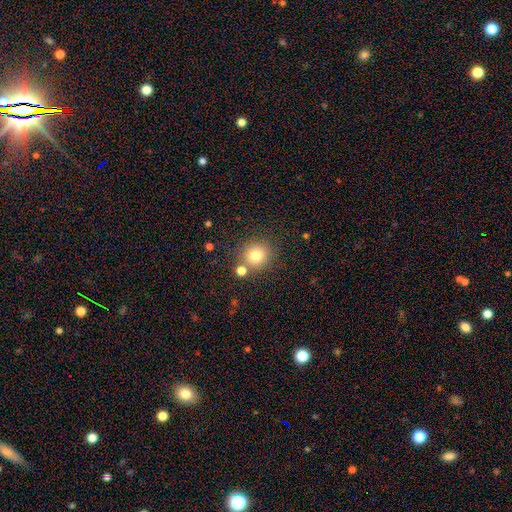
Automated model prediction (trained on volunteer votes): Smooth or featured?
  - smooth: 78% *
  - star or artifact: 13%
  - featured or disk: 9%
How rounded?
  - round: 88% *
  - in between: 11%
  - cigar-shaped: 1%
Merging?
  - none: 75% *
  - merger: 13%
  - minor disturbance: 9%
  - major disturbance: 3%